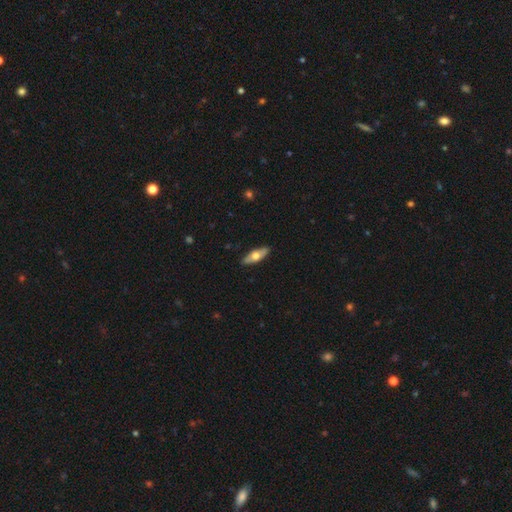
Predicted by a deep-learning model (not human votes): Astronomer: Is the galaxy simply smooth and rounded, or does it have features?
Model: smooth — 55% (runner-up: featured or disk, 40%).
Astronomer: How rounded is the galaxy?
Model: in between — 57% (runner-up: cigar-shaped, 40%).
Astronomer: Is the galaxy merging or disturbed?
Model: none — 89%.